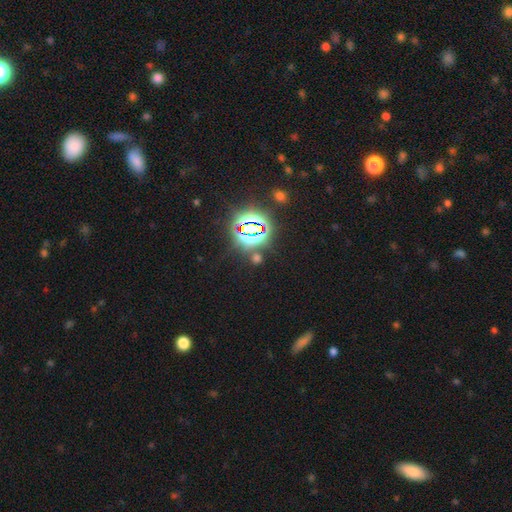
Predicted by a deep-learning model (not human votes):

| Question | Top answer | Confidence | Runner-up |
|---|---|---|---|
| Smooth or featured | star or artifact | 79% | smooth (13%) |